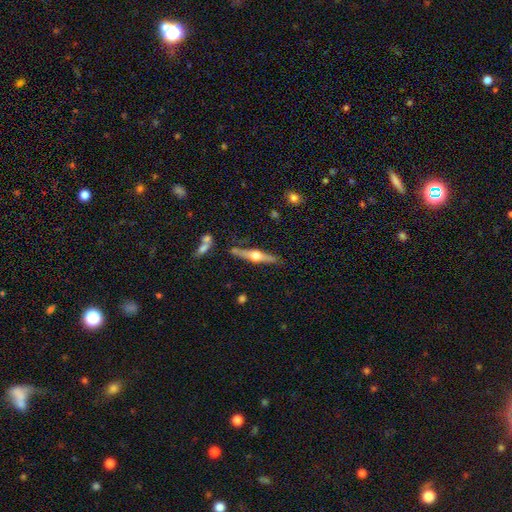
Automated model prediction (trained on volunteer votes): Q: Smooth or featured?
A: featured or disk (73%); runner-up: smooth (22%)
Q: Edge-on disk?
A: yes (97%); runner-up: no (3%)
Q: Edge-on bulge?
A: rounded (95%); runner-up: boxy (3%)
Q: Merging?
A: none (82%); runner-up: minor disturbance (11%)